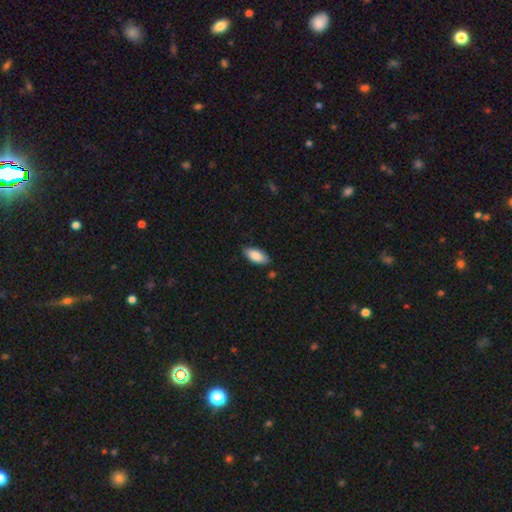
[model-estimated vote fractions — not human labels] smooth_or_featured: smooth (p=0.86) [alt: featured or disk p=0.08]
how_rounded: in between (p=0.90) [alt: cigar-shaped p=0.08]
merging: none (p=0.80) [alt: minor disturbance p=0.15]